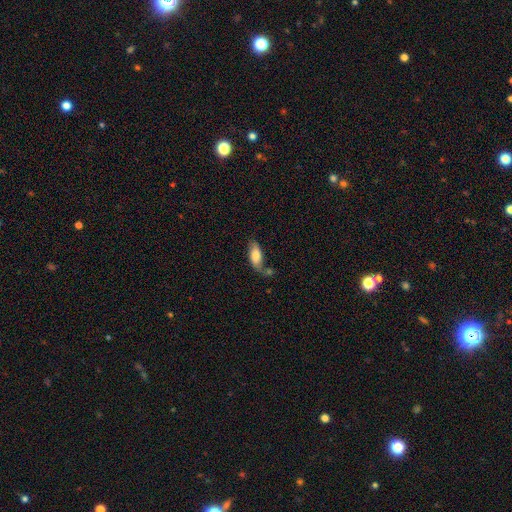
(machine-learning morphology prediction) Smooth or featured?
  - smooth: 71% *
  - featured or disk: 22%
  - star or artifact: 7%
How rounded?
  - in between: 80% *
  - cigar-shaped: 17%
  - round: 3%
Merging?
  - none: 49% *
  - minor disturbance: 24%
  - merger: 18%
  - major disturbance: 10%